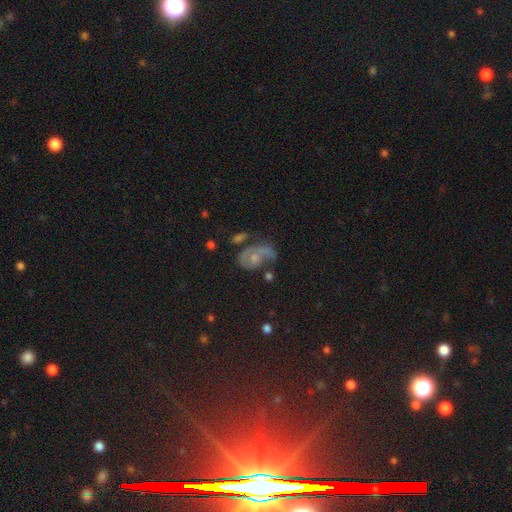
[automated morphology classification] This is possibly a featured or disk galaxy (55%). It is clearly not viewed edge-on (96%). Bar: clearly no (80%). Spiral arm pattern: likely yes (69%). Central bulge: possibly small (49%). Merging: marginally none (36%).